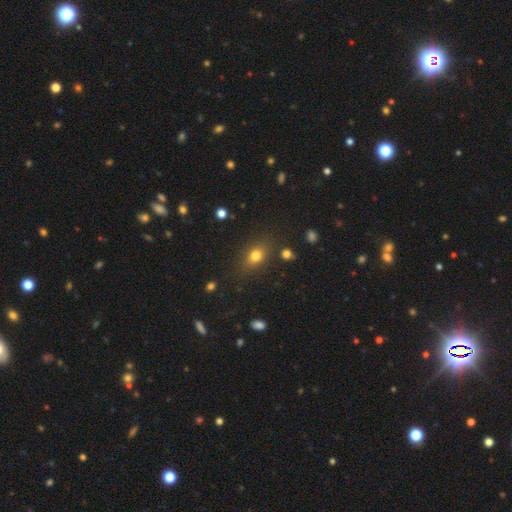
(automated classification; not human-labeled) Overall: smooth (78%). How rounded: in between (63%; round 34%). Merging: none (80%).